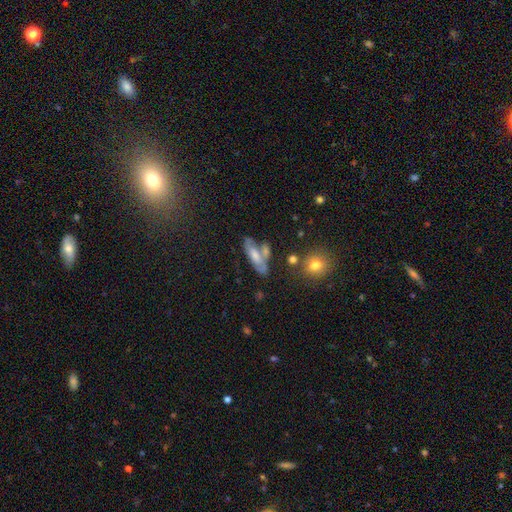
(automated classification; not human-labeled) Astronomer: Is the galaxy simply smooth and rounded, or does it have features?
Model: smooth — 52% (runner-up: featured or disk, 38%).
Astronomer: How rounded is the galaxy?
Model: in between — 63%.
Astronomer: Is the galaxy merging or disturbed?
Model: none — 45% (runner-up: merger, 25%).